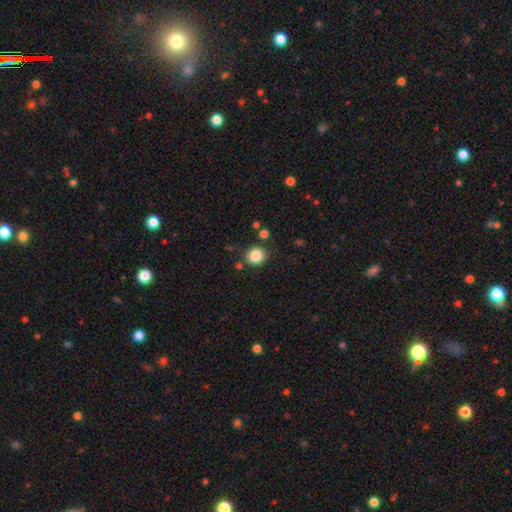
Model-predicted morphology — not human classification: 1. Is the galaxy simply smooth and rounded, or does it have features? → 86% smooth, 10% star or artifact, 4% featured or disk.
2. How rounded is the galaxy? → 87% round, 12% in between, 1% cigar-shaped.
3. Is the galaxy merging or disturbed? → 83% none, 9% minor disturbance, 5% merger, 3% major disturbance.